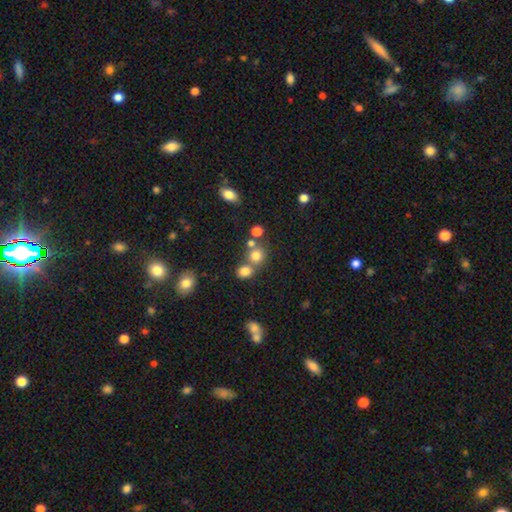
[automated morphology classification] Overall: smooth (76%). How rounded: round (81%). Merging: none (53%; merger 34%).